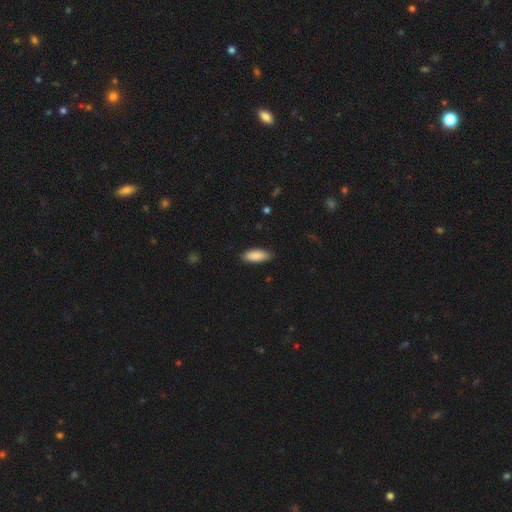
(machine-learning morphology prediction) A smooth galaxy with no disk features (89%) that is in between round and cigar-shaped (76%). Merging: none (85%).